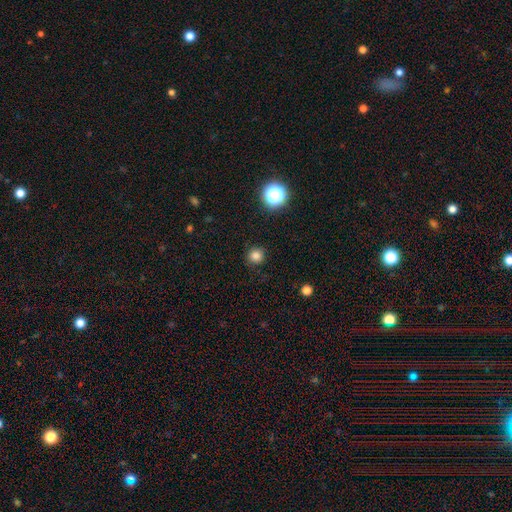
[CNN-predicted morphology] Smooth or featured? Predicted: smooth (p=0.81). How rounded? Predicted: round (p=0.93). Merging? Predicted: none (p=0.90).